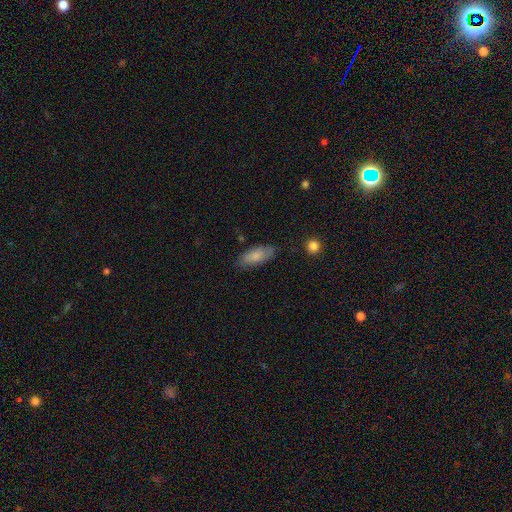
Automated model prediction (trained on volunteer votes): smooth_or_featured: smooth (p=0.78) [alt: featured or disk p=0.15]
how_rounded: in between (p=0.81) [alt: cigar-shaped p=0.17]
merging: none (p=0.76) [alt: minor disturbance p=0.19]